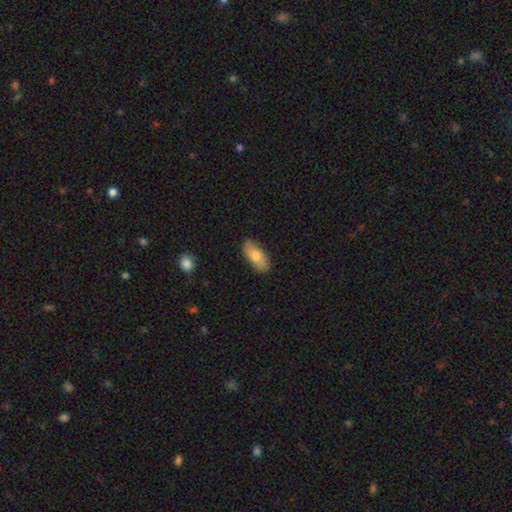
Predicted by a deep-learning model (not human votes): This is likely a smooth galaxy (78%). How rounded: clearly in between (84%). Merging: clearly none (85%).